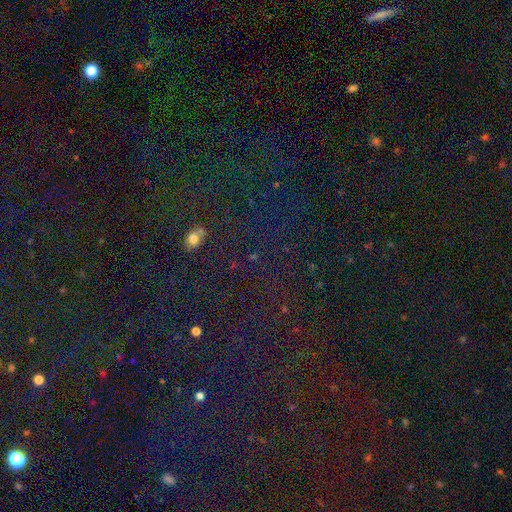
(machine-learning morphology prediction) smooth-or-featured: star or artifact: 83% | smooth: 10% | featured or disk: 7%